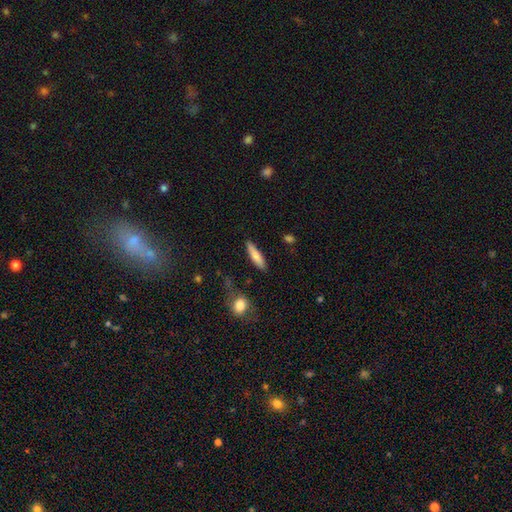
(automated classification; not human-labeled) Q: Smooth or featured?
A: smooth (71%); runner-up: featured or disk (23%)
Q: How rounded?
A: cigar-shaped (75%); runner-up: in between (23%)
Q: Merging?
A: none (85%); runner-up: minor disturbance (10%)